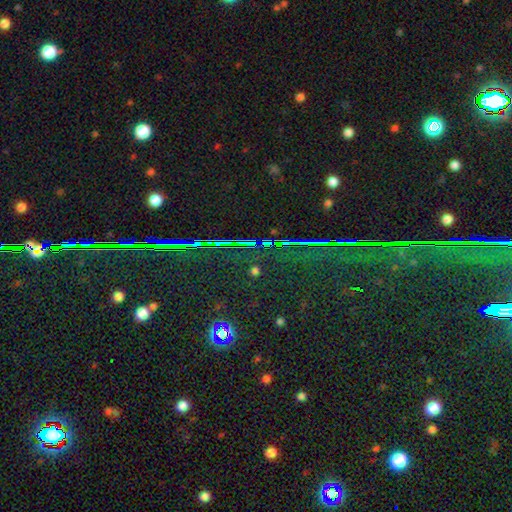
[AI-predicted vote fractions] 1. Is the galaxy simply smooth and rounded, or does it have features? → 82% star or artifact, 9% smooth, 8% featured or disk.